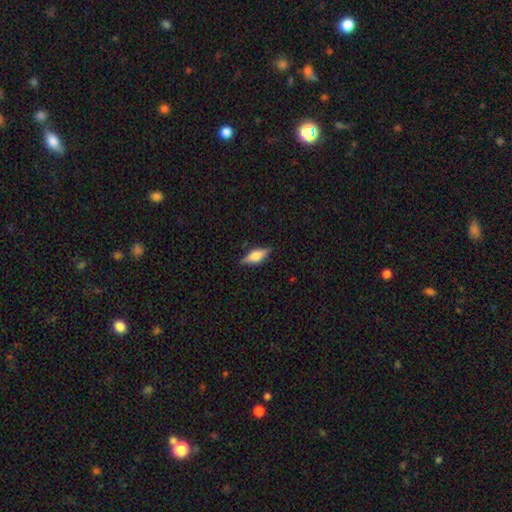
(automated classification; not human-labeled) Q: Smooth or featured?
A: smooth (52%); runner-up: featured or disk (40%)
Q: How rounded?
A: in between (69%); runner-up: cigar-shaped (27%)
Q: Merging?
A: none (83%); runner-up: minor disturbance (13%)